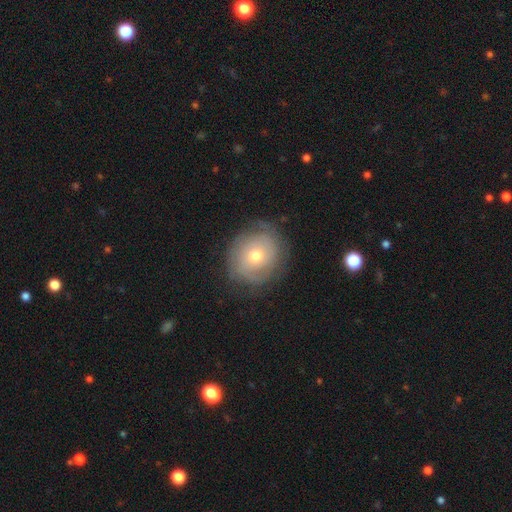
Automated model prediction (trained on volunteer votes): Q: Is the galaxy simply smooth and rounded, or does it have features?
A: featured or disk — 52%.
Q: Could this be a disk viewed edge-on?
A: no — 96%.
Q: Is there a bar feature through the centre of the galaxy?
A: no — 84%.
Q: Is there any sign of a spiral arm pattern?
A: yes — 69%.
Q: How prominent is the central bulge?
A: moderate — 61%.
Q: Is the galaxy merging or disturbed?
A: none — 75%.